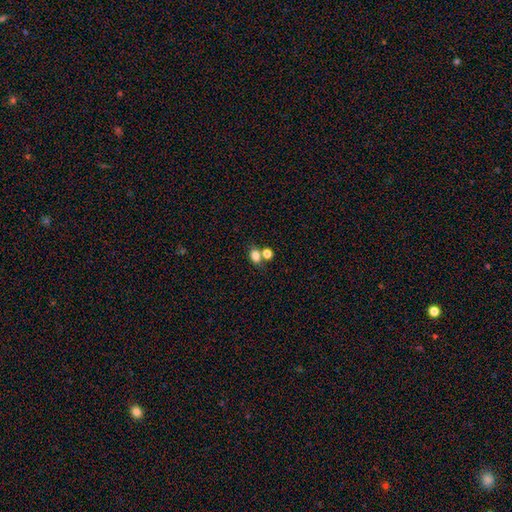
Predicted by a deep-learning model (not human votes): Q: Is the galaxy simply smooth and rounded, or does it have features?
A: smooth — 79%.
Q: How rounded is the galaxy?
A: in between — 63%.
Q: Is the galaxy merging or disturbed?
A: none — 56%.